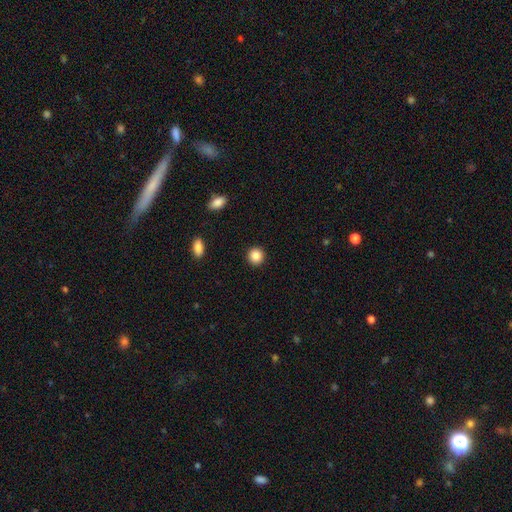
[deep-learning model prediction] Overall: smooth (86%). How rounded: round (92%). Merging: none (92%).